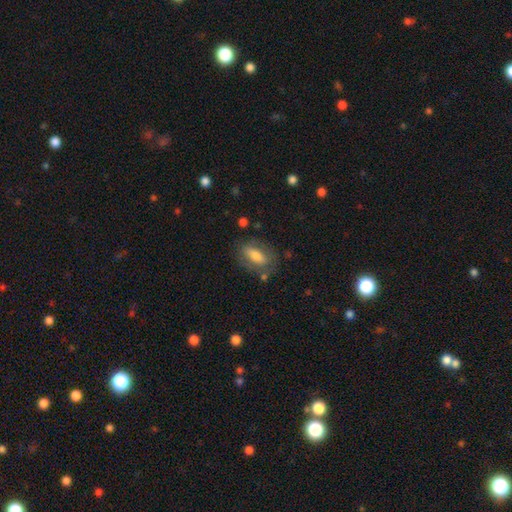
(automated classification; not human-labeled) smooth 65%, featured or disk 27%, star or artifact 8%. Down the decision tree: how rounded — in between (82%); merging — none (70%).